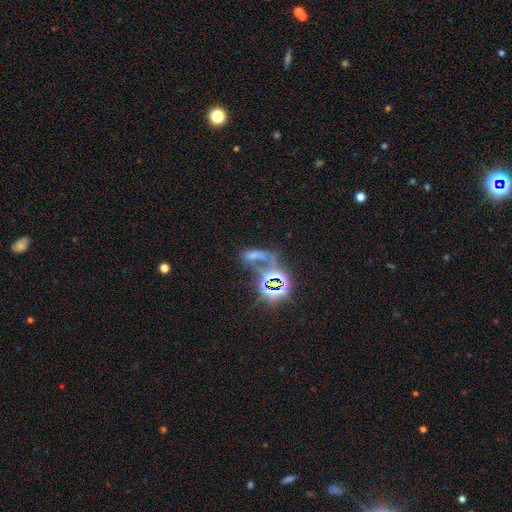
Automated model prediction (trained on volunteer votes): This is possibly a star or artifact rather than a galaxy (47%).